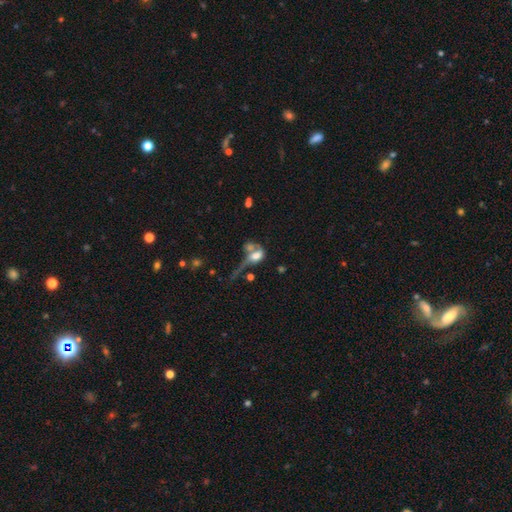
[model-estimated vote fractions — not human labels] Smooth or featured?
  - smooth: 51% *
  - featured or disk: 36%
  - star or artifact: 13%
How rounded?
  - in between: 72% *
  - round: 20%
  - cigar-shaped: 8%
Merging?
  - merger: 43% *
  - major disturbance: 30%
  - none: 17%
  - minor disturbance: 11%